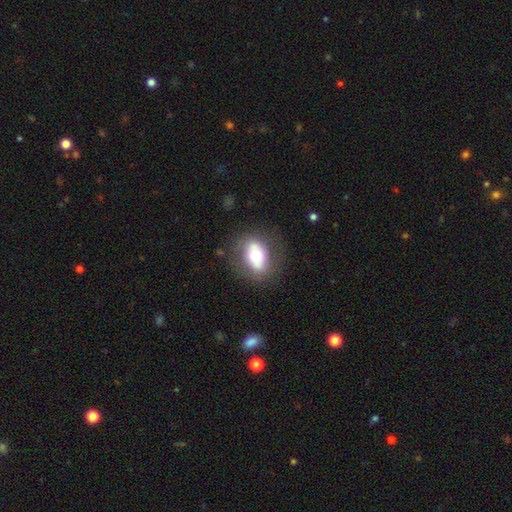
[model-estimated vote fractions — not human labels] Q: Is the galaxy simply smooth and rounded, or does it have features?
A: smooth — 55%.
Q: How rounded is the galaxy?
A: in between — 74%.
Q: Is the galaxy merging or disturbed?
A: none — 77%.